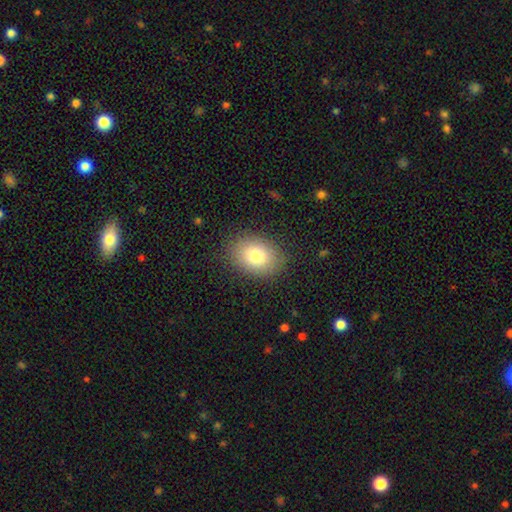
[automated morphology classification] Smooth or featured?
  - smooth: 79% *
  - featured or disk: 11%
  - star or artifact: 10%
How rounded?
  - in between: 67% *
  - round: 32%
  - cigar-shaped: 1%
Merging?
  - none: 85% *
  - minor disturbance: 10%
  - major disturbance: 4%
  - merger: 1%